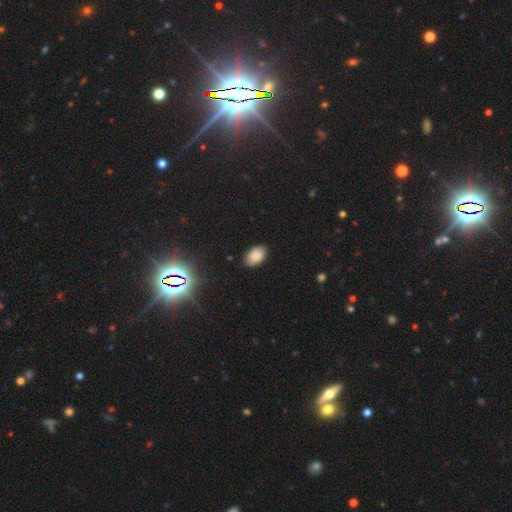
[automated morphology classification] Smooth or featured? Predicted: smooth (p=0.83). How rounded? Predicted: in between (p=0.92). Merging? Predicted: none (p=0.85).